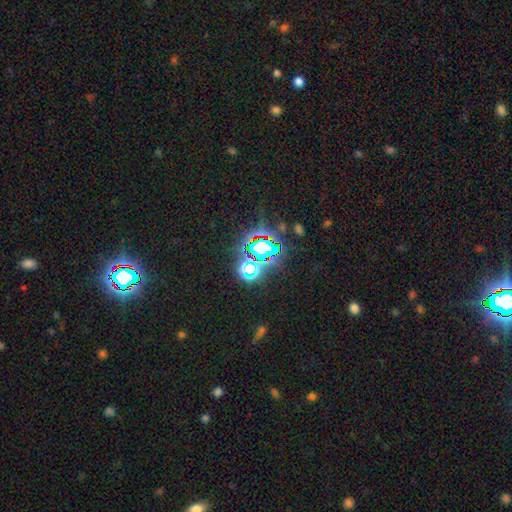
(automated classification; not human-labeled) Q: Smooth or featured?
A: star or artifact (75%); runner-up: smooth (17%)